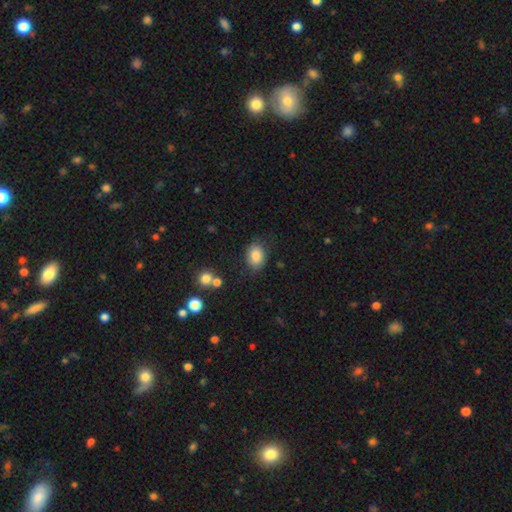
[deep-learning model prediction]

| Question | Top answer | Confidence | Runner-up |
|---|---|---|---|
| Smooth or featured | smooth | 85% | star or artifact (8%) |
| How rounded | in between | 74% | round (25%) |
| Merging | none | 76% | minor disturbance (16%) |